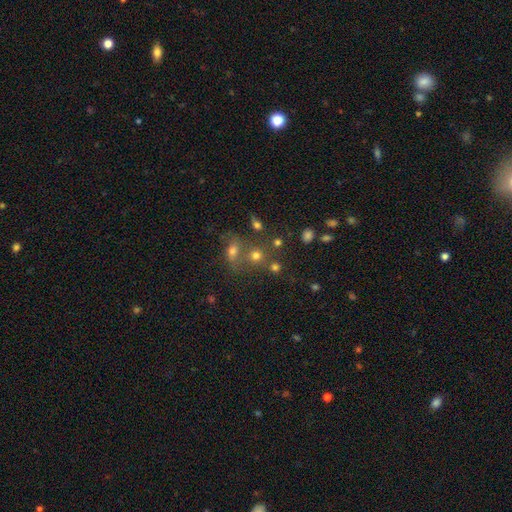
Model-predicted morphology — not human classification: Smooth or featured? smooth (56%)
How rounded? round (77%)
Merging? none (49%)